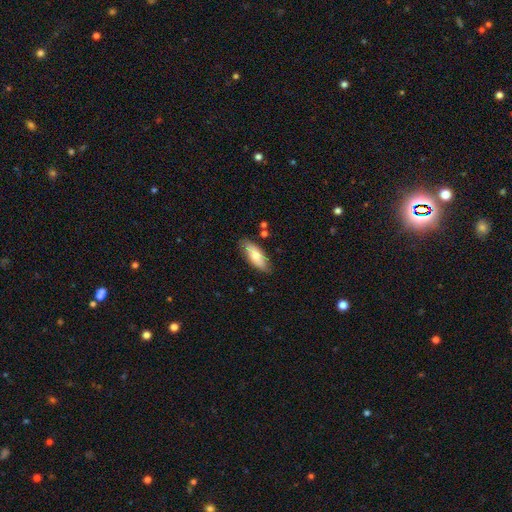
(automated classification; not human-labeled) This is likely a smooth galaxy (74%). How rounded: likely in between (76%). Merging: likely none (79%).